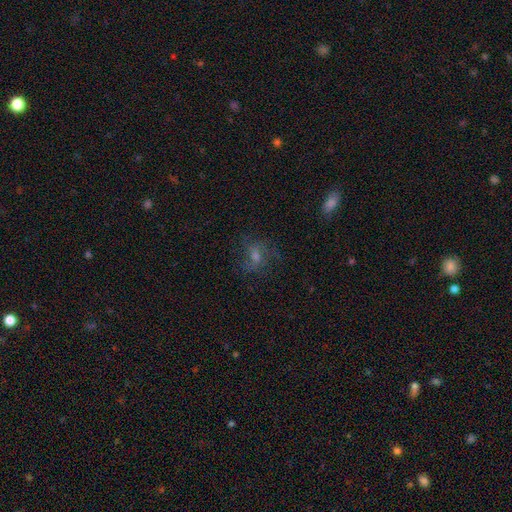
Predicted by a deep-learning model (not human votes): Smooth or featured? featured or disk (43%)
Merging? none (66%)